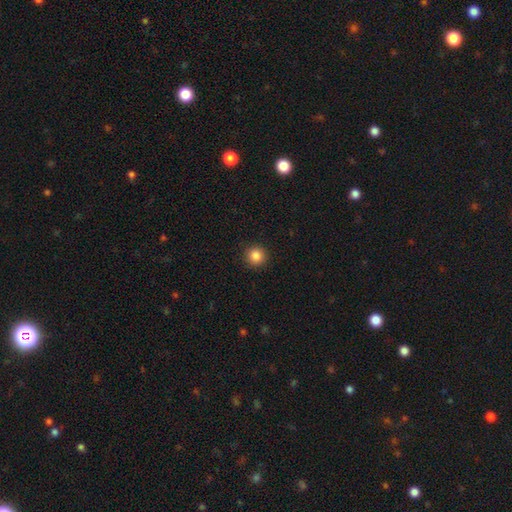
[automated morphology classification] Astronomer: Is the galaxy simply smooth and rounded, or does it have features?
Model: smooth — 86%.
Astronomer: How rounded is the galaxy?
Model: round — 95%.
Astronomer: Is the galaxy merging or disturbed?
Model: none — 92%.